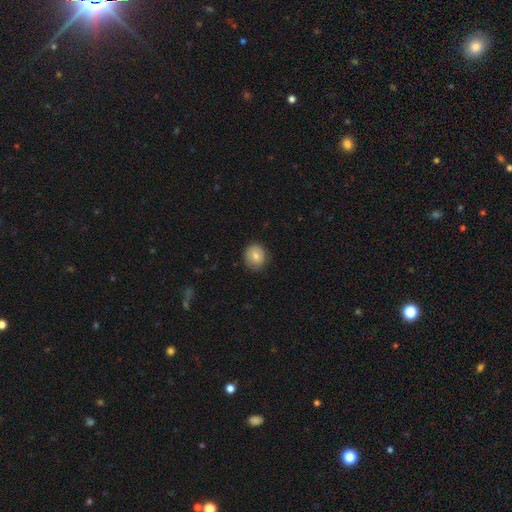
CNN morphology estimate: This appears to be a smooth galaxy with no disk features (74%) that is round (78%). Merging: none (82%).